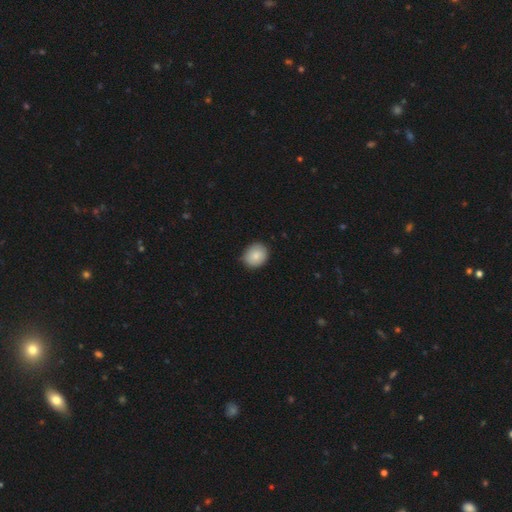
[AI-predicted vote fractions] Overall: smooth (86%). How rounded: round (69%; in between 31%). Merging: none (82%).